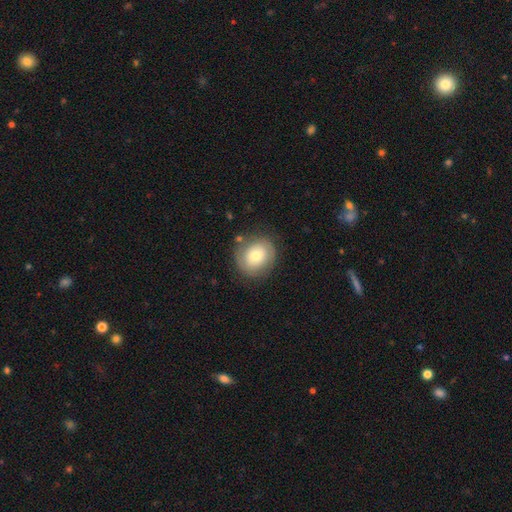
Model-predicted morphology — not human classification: Q: Smooth or featured?
A: smooth (66%); runner-up: featured or disk (26%)
Q: How rounded?
A: round (77%); runner-up: in between (22%)
Q: Merging?
A: none (79%); runner-up: minor disturbance (14%)